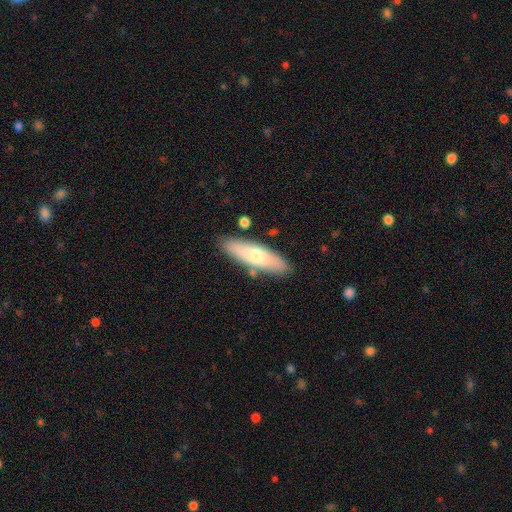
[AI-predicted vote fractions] Smooth or featured?
  - smooth: 64% *
  - featured or disk: 30%
  - star or artifact: 6%
How rounded?
  - cigar-shaped: 59% *
  - in between: 39%
  - round: 2%
Merging?
  - none: 83% *
  - minor disturbance: 11%
  - merger: 4%
  - major disturbance: 2%